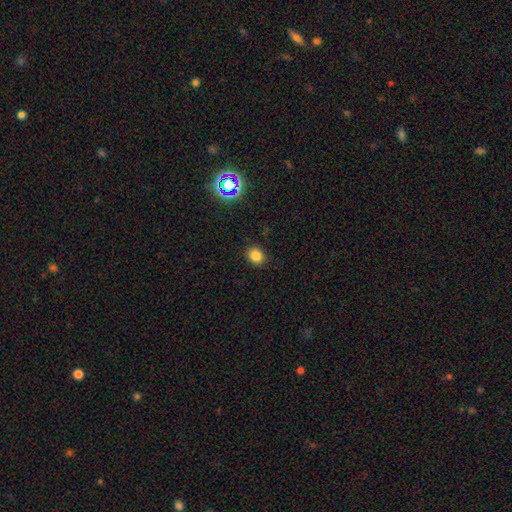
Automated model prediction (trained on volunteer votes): Smooth or featured? Predicted: smooth (p=0.83). How rounded? Predicted: round (p=0.63). Merging? Predicted: none (p=0.89).